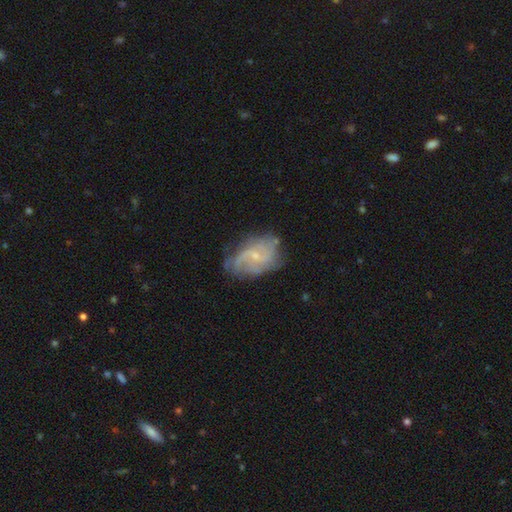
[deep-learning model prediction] Smooth or featured: featured or disk — 78% (smooth — 15%)
Edge-on disk: no — 97% (yes — 3%)
Bar: no — 52% (weak — 42%)
Spiral arms: yes — 91% (no — 9%)
Spiral winding: medium — 43% (loose — 30%)
Spiral arm count: 2 — 41% (can't tell — 28%)
Bulge size: small — 76% (moderate — 18%)
Merging: none — 62% (minor disturbance — 25%)